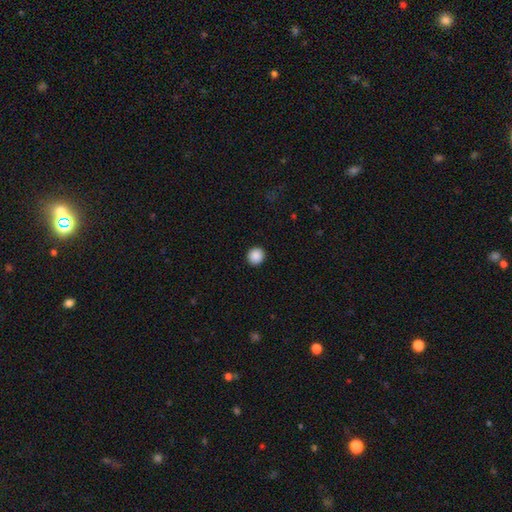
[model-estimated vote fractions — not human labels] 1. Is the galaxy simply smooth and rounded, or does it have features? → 89% smooth, 9% star or artifact, 2% featured or disk.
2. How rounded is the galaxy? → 94% round, 5% in between, 1% cigar-shaped.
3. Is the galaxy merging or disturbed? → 93% none, 4% minor disturbance, 2% major disturbance, 1% merger.